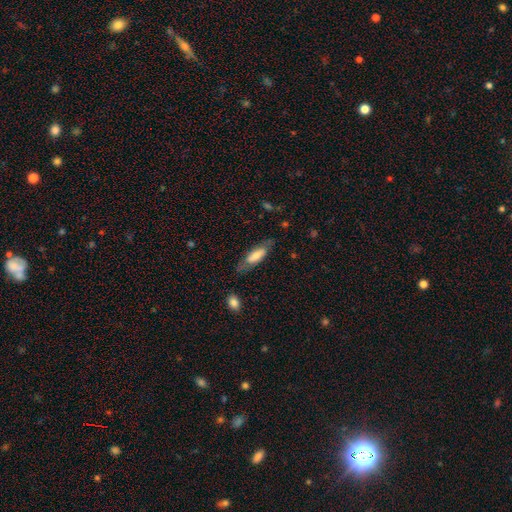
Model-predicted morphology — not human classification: Overall: smooth (60%; featured or disk 34%). How rounded: in between (56%; cigar-shaped 42%). Merging: none (72%).